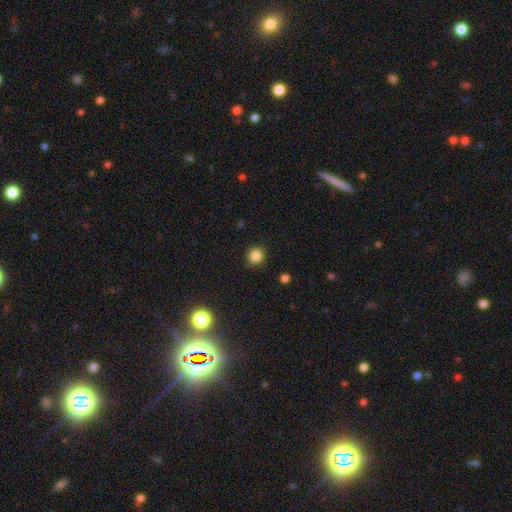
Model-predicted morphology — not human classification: Q: Smooth or featured?
A: smooth (84%); runner-up: star or artifact (12%)
Q: How rounded?
A: round (90%); runner-up: in between (9%)
Q: Merging?
A: none (88%); runner-up: minor disturbance (8%)